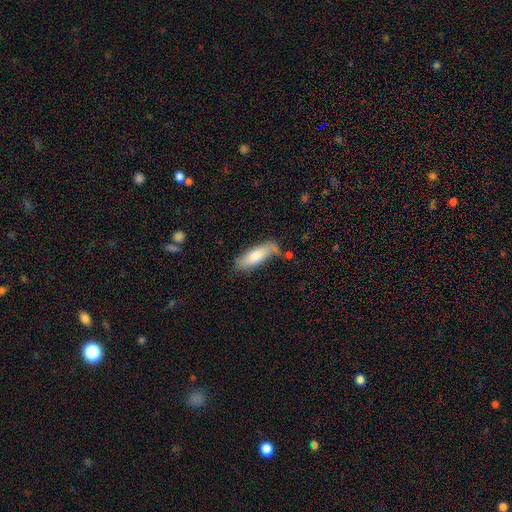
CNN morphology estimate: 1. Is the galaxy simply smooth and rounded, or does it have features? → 70% smooth, 23% featured or disk, 7% star or artifact.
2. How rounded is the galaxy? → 57% in between, 41% cigar-shaped, 2% round.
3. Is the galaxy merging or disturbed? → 67% none, 21% minor disturbance, 6% merger, 5% major disturbance.